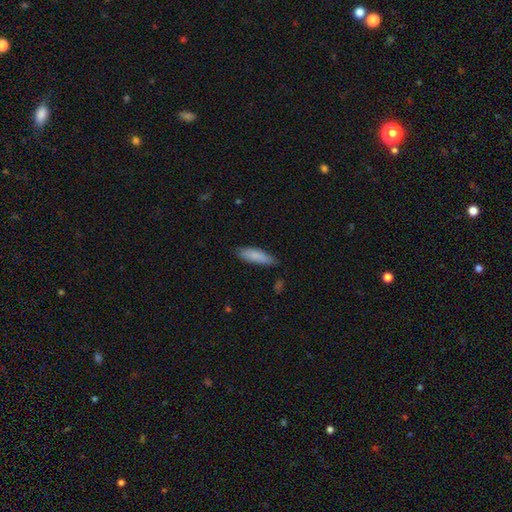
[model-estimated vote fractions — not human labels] This appears to be a smooth galaxy with no disk features (86%) that is cigar-shaped (58%). Merging: none (80%).